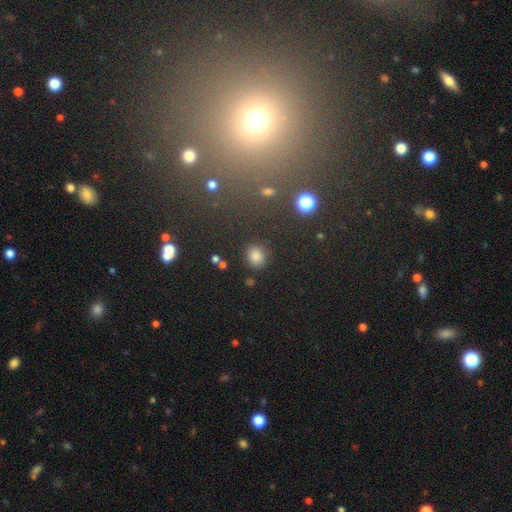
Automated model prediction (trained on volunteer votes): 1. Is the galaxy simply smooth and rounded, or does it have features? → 80% smooth, 14% star or artifact, 5% featured or disk.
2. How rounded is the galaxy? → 71% round, 28% in between, 1% cigar-shaped.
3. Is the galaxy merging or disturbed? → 88% none, 7% minor disturbance, 3% major disturbance, 2% merger.